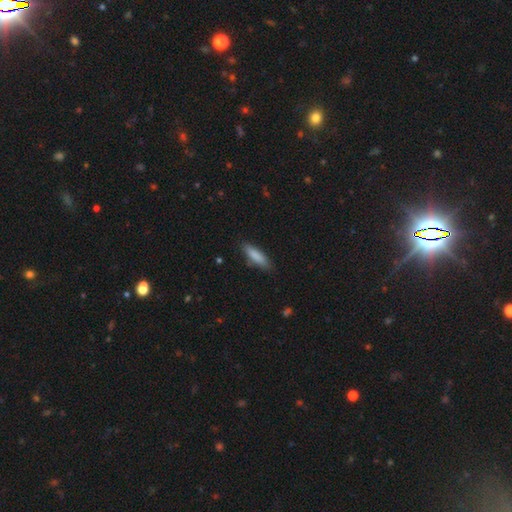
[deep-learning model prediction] Smooth or featured?
  - smooth: 84% *
  - featured or disk: 10%
  - star or artifact: 6%
How rounded?
  - cigar-shaped: 66% *
  - in between: 33%
  - round: 1%
Merging?
  - none: 83% *
  - minor disturbance: 13%
  - major disturbance: 2%
  - merger: 2%